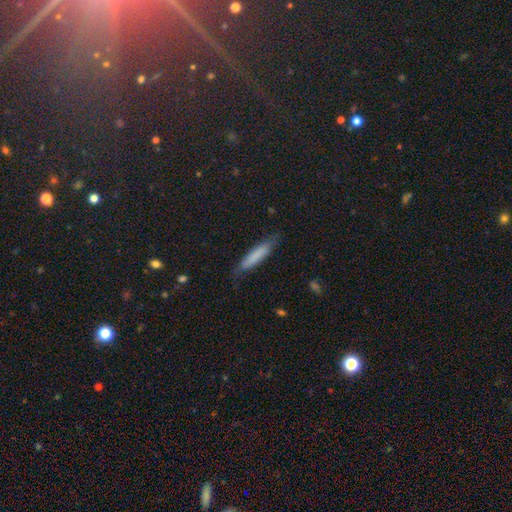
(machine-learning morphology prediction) smooth 78%, featured or disk 16%, star or artifact 6%. Down the decision tree: how rounded — cigar-shaped (85%); merging — none (76%).